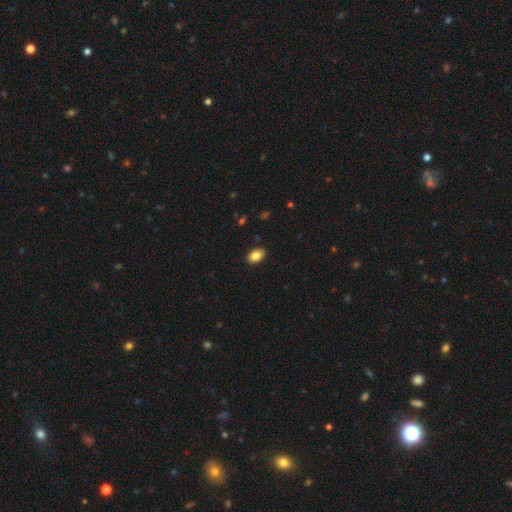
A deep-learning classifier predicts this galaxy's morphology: Smooth or featured?
  - smooth: 85% *
  - star or artifact: 8%
  - featured or disk: 7%
How rounded?
  - in between: 86% *
  - round: 13%
  - cigar-shaped: 1%
Merging?
  - none: 89% *
  - minor disturbance: 8%
  - major disturbance: 2%
  - merger: 1%